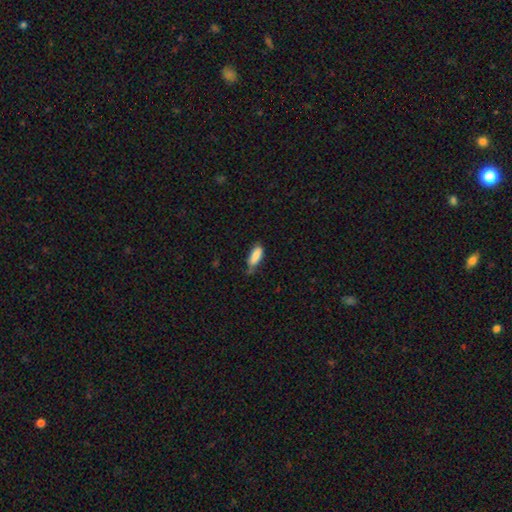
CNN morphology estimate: smooth_or_featured: smooth (p=0.86) [alt: featured or disk p=0.07]
how_rounded: in between (p=0.75) [alt: cigar-shaped p=0.23]
merging: none (p=0.50) [alt: minor disturbance p=0.37]